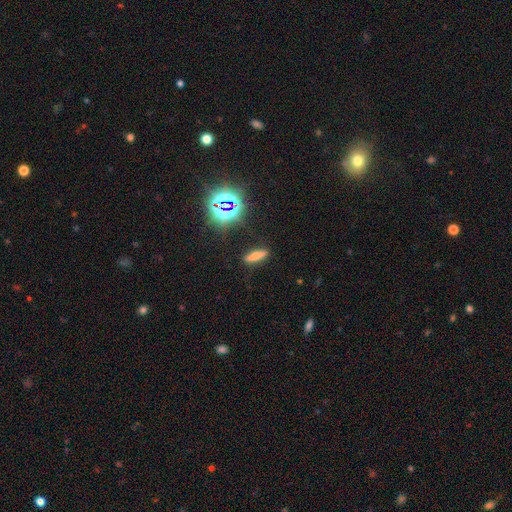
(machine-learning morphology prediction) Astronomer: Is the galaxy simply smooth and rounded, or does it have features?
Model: smooth — 56%.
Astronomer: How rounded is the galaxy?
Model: cigar-shaped — 68%.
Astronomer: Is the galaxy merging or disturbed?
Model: none — 88%.